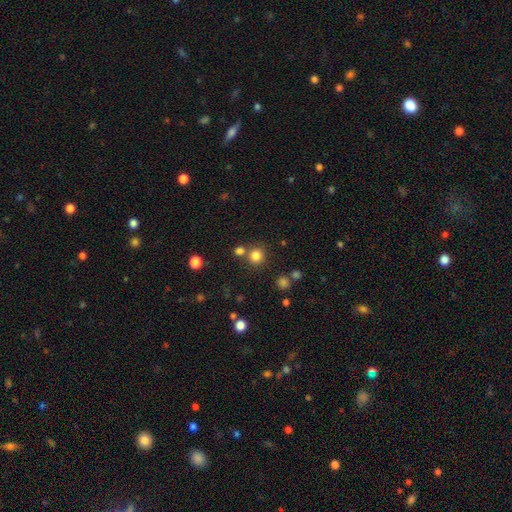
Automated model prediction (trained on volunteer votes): Smooth or featured? smooth (80%)
How rounded? round (91%)
Merging? none (73%)